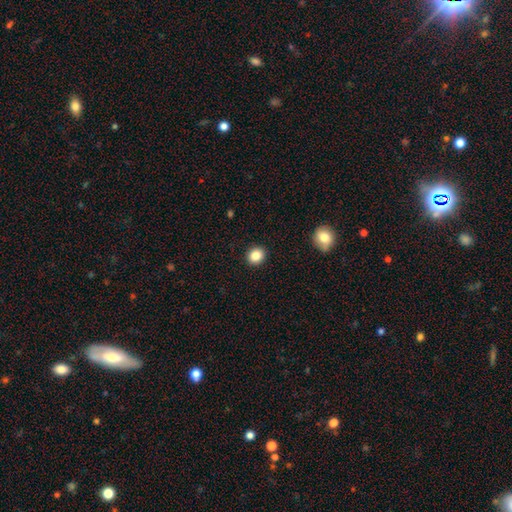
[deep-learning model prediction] The model was most divided on "how rounded": round: 79%, in between: 20%, cigar-shaped: 1%. More confident: merging — none (92%); smooth or featured — smooth (86%).